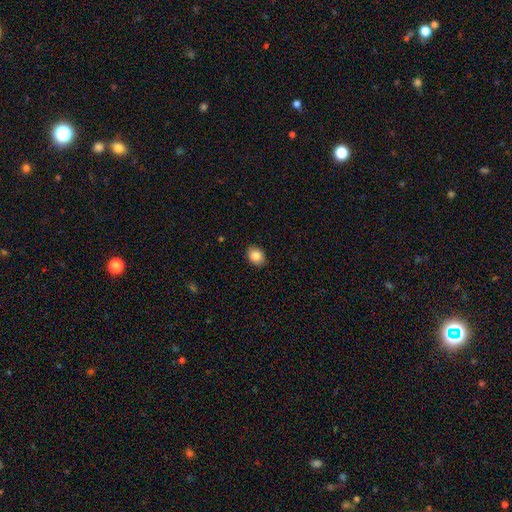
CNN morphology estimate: A smooth galaxy with no disk features (86%) that is in between round and cigar-shaped (60%).

Vote fractions:
- Smooth or featured? smooth: 86% / star or artifact: 8% / featured or disk: 5%
- How rounded? in between: 60% / round: 39% / cigar-shaped: 1%
- Merging? none: 88% / minor disturbance: 9% / major disturbance: 2% / merger: 1%